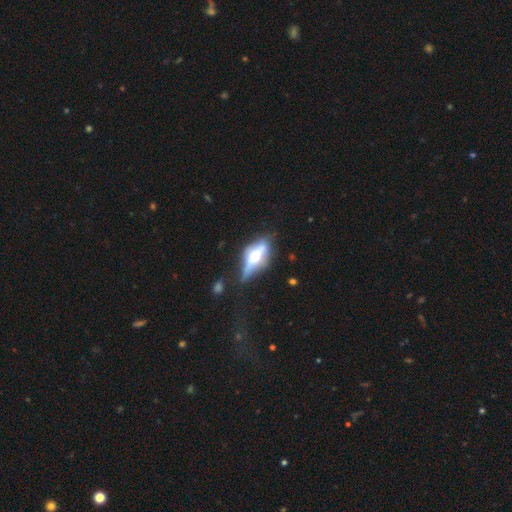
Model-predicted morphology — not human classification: smooth-or-featured: featured or disk: 59% | smooth: 32% | star or artifact: 8%
  disk-edge-on: yes: 71% | no: 29%
  merging: none: 48% | minor disturbance: 27% | major disturbance: 17% | merger: 8%